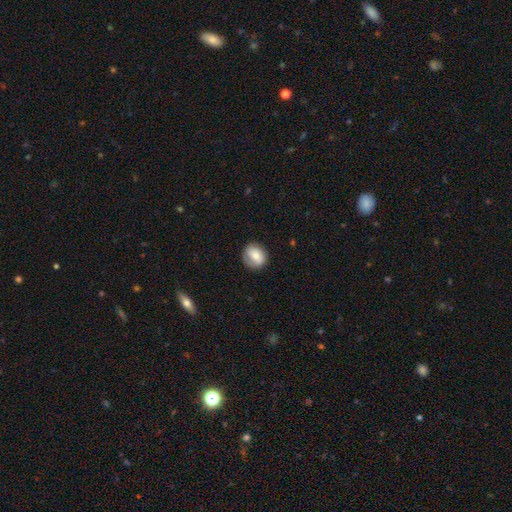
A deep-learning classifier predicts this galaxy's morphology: This is likely a smooth galaxy (72%). How rounded: likely round (68%). Merging: likely none (78%).